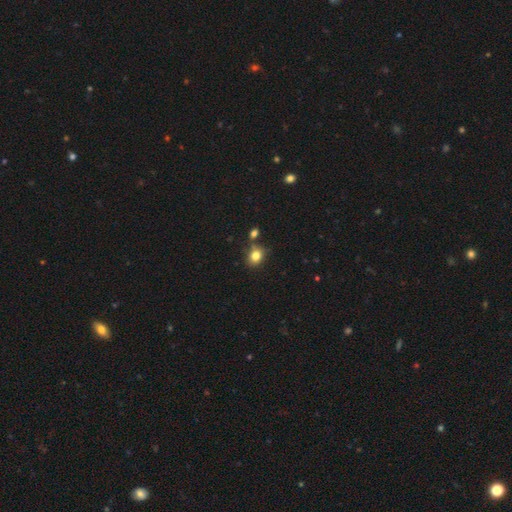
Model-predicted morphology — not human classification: smooth_or_featured: smooth (p=0.82) [alt: star or artifact p=0.11]
how_rounded: round (p=0.53) [alt: in between p=0.46]
merging: none (p=0.69) [alt: minor disturbance p=0.15]